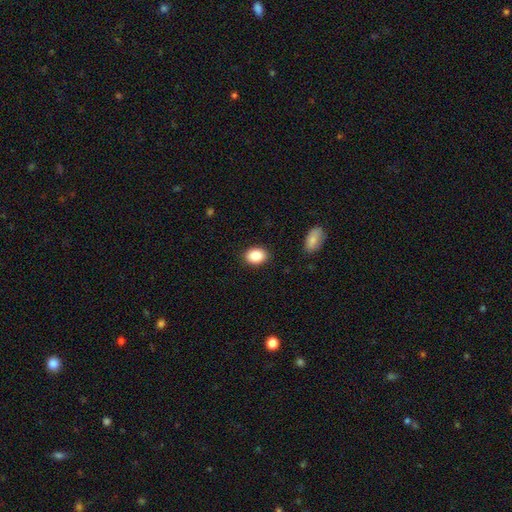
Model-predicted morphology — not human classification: Smooth or featured: smooth — 88% (star or artifact — 8%)
How rounded: in between — 72% (round — 27%)
Merging: none — 88% (minor disturbance — 8%)